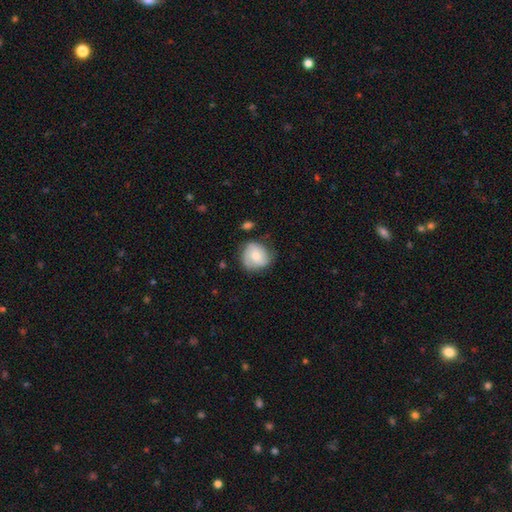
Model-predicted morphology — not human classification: Smooth or featured: smooth — 56% (featured or disk — 37%)
How rounded: round — 80% (in between — 19%)
Merging: none — 63% (minor disturbance — 27%)